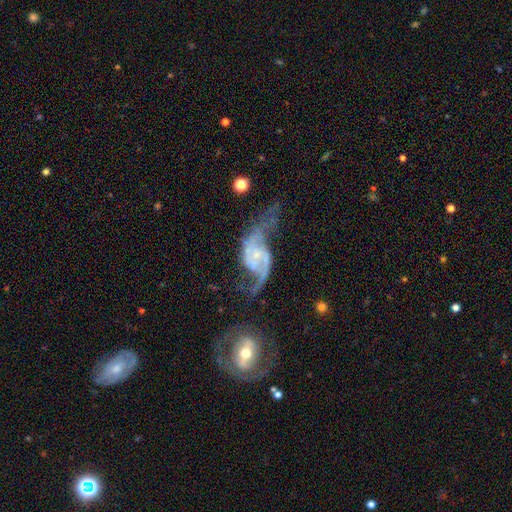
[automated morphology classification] A featured or disk galaxy (87%) with no bar (60%), 2 (89%) loose (69%) spiral arms (93%) and a small central bulge (64%). Merging: none (36%).